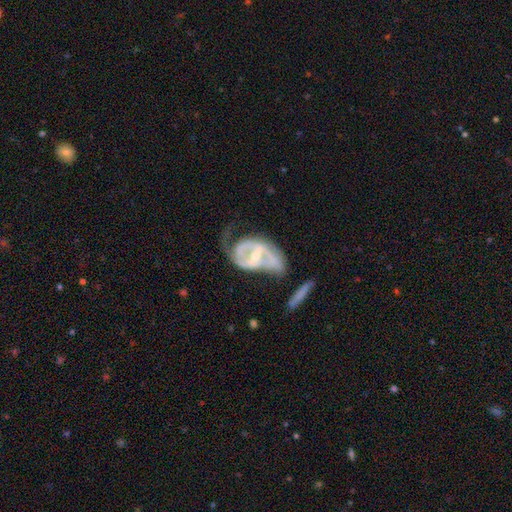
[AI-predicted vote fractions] Morphology: type=featured or disk (81%); edge-on=no (95%); bar=weak (36%); spiral arms=yes (73%); winding=medium (41%); arm count=2 (58%); bulge=small (56%); merging=major disturbance (42%).